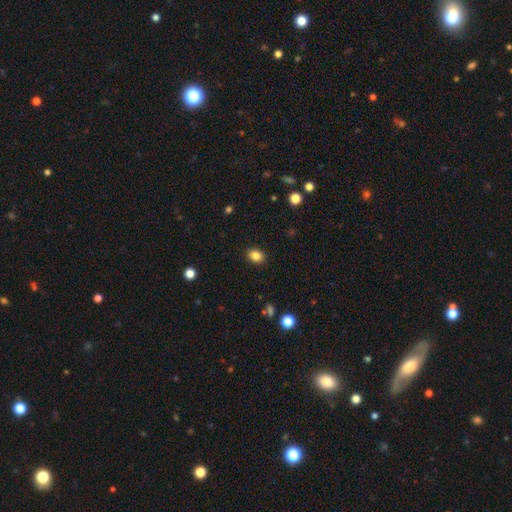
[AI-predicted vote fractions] smooth 84%, star or artifact 10%, featured or disk 5%. Down the decision tree: how rounded — in between (61%); merging — none (90%).